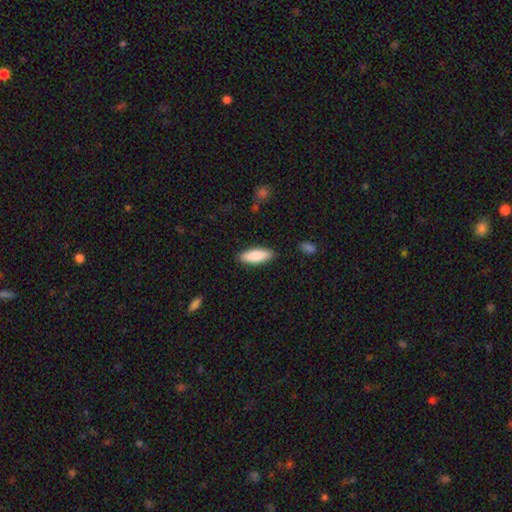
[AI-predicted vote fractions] A smooth galaxy with no disk features (83%) that is in between round and cigar-shaped (64%). Merging: none (88%).